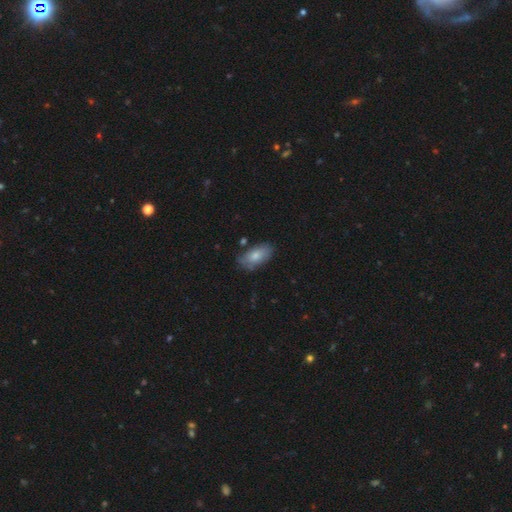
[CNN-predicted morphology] A smooth galaxy with no disk features (78%) that is in between round and cigar-shaped (93%).

Vote fractions:
- Smooth or featured? smooth: 78% / featured or disk: 15% / star or artifact: 6%
- How rounded? in between: 93% / cigar-shaped: 4% / round: 4%
- Merging? none: 70% / minor disturbance: 22% / major disturbance: 5% / merger: 4%